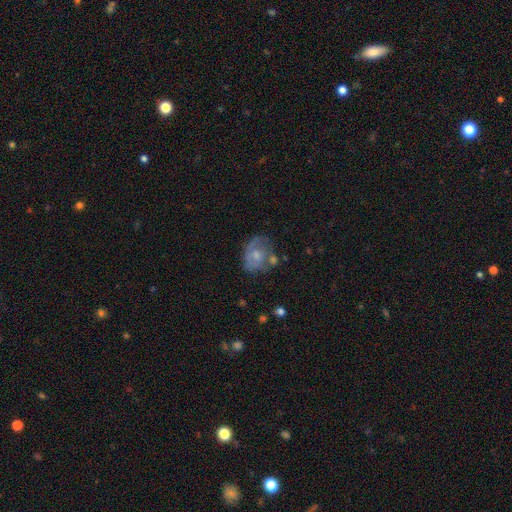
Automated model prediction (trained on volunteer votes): smooth-or-featured: smooth: 46% (tied) | featured or disk: 46% (tied) | star or artifact: 8%
  merging: none: 43% | minor disturbance: 27% | major disturbance: 18% | merger: 12%